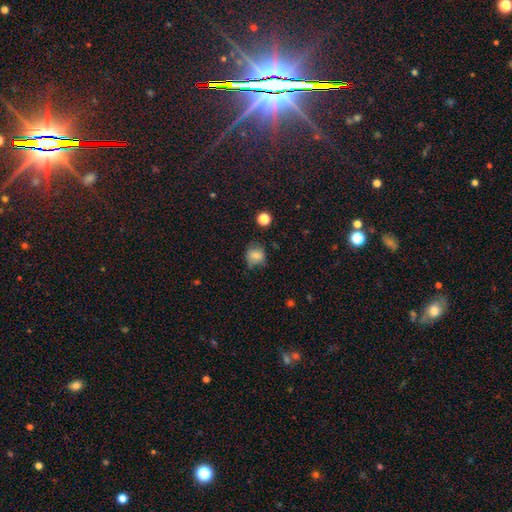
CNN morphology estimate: Smooth or featured?
  - smooth: 77% *
  - featured or disk: 12%
  - star or artifact: 12%
How rounded?
  - round: 72% *
  - in between: 27%
  - cigar-shaped: 1%
Merging?
  - none: 60% *
  - minor disturbance: 29%
  - major disturbance: 9%
  - merger: 2%